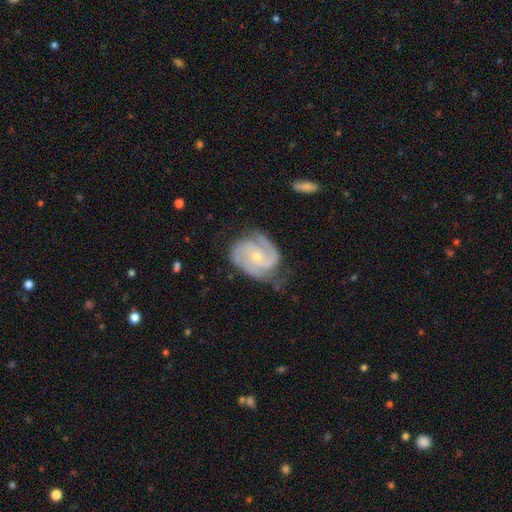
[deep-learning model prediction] featured or disk 88%, smooth 7%, star or artifact 5%. Down the decision tree: edge-on disk — no (97%); bar — no (66%); spiral arms — yes (97%); spiral arm count — 2 (58%); spiral winding — tight (46%); bulge size — small (63%); merging — none (62%).